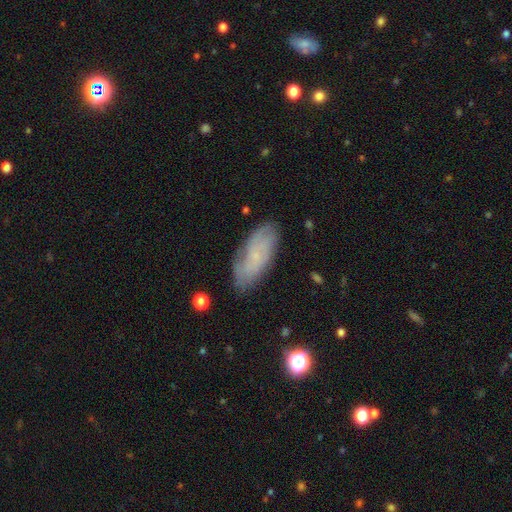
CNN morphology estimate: This appears to be a smooth galaxy with no disk features (50%). Merging: none (78%).